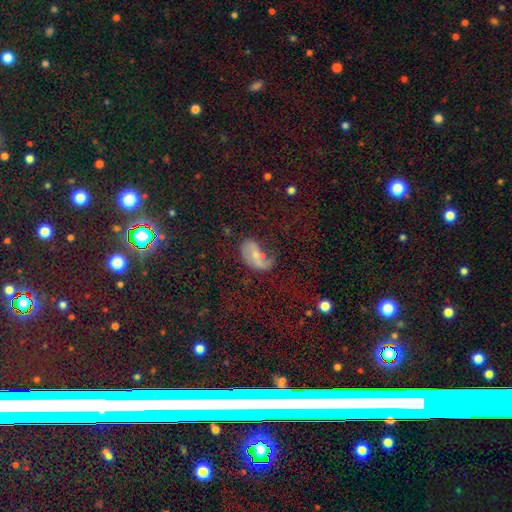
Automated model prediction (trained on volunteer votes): A featured or disk galaxy (40%). Merging: none (42%).